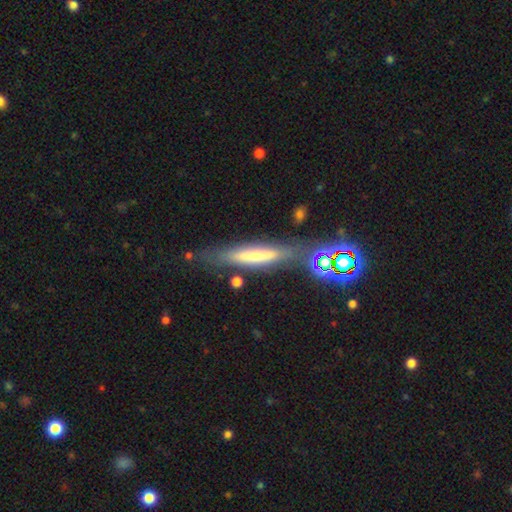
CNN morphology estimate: A smooth galaxy with no disk features (55%) that is cigar-shaped (87%).

Vote fractions:
- Smooth or featured? smooth: 55% / featured or disk: 33% / star or artifact: 12%
- How rounded? cigar-shaped: 87% / in between: 11% / round: 2%
- Merging? none: 70% / minor disturbance: 16% / merger: 8% / major disturbance: 6%